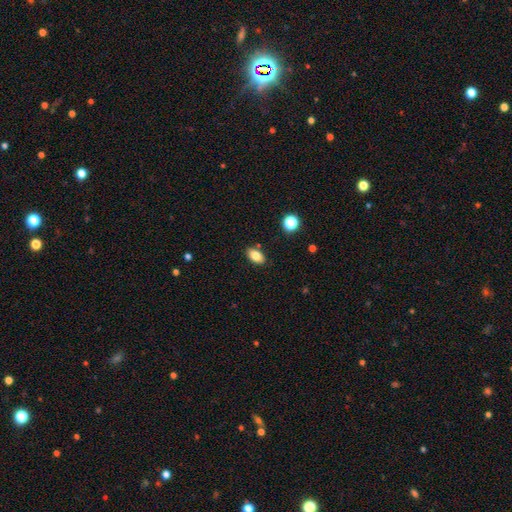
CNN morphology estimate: type=smooth (82%); roundness=in between (90%); merging=none (85%).